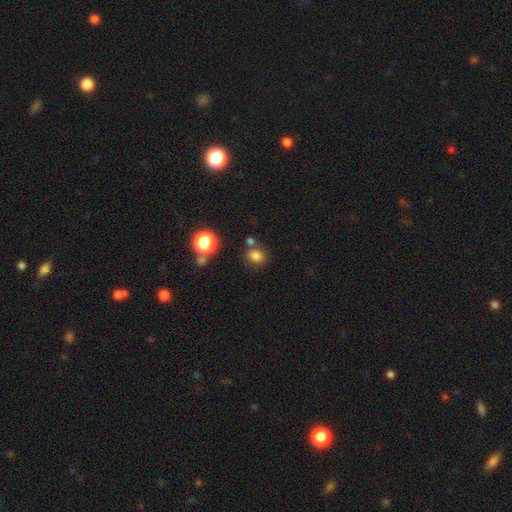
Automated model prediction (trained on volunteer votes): Smooth or featured: smooth — 79% (star or artifact — 15%)
How rounded: round — 70% (in between — 29%)
Merging: none — 72% (merger — 13%)